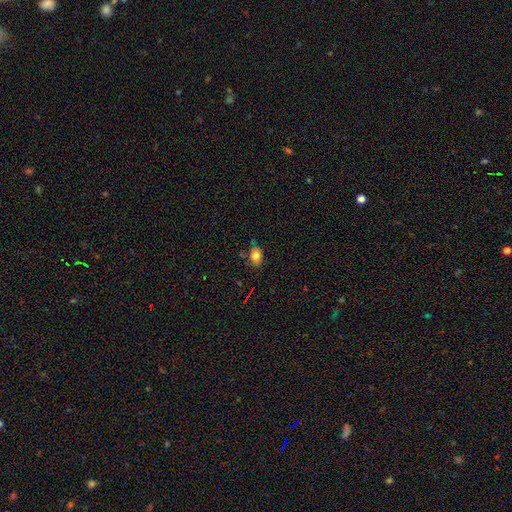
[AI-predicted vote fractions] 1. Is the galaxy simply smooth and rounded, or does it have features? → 80% smooth, 11% star or artifact, 9% featured or disk.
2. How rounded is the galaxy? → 72% in between, 27% round, 2% cigar-shaped.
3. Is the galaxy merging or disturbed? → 69% none, 21% minor disturbance, 6% merger, 4% major disturbance.